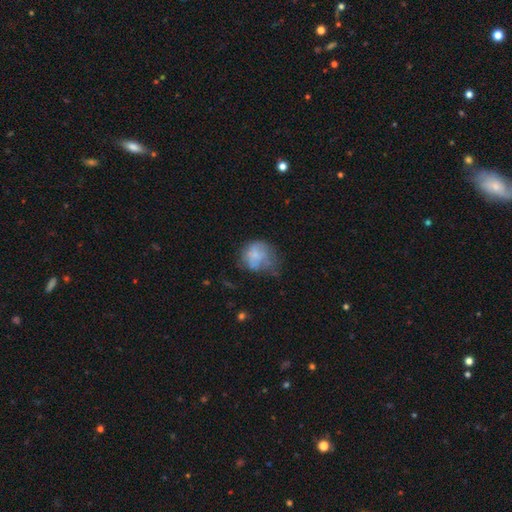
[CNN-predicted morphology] This is likely a smooth galaxy (62%). How rounded: likely round (68%). Merging: marginally minor disturbance (33%, tied with none).